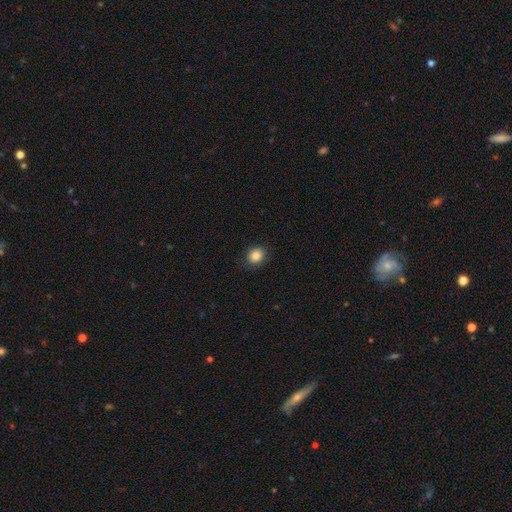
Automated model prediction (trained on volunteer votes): This is clearly a smooth galaxy (86%). How rounded: likely round (75%). Merging: clearly none (85%).